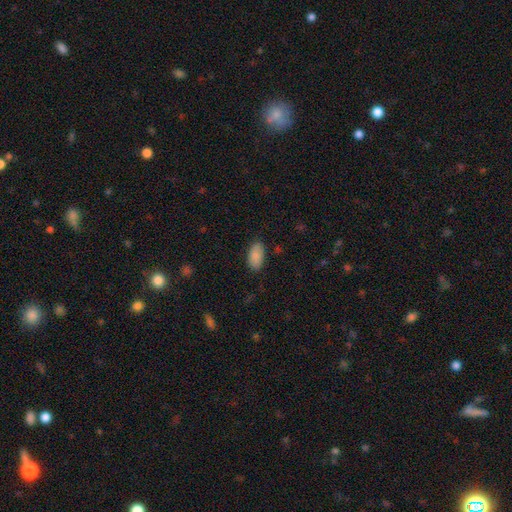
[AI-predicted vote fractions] Morphology: type=smooth (88%); roundness=in between (94%); merging=none (84%).